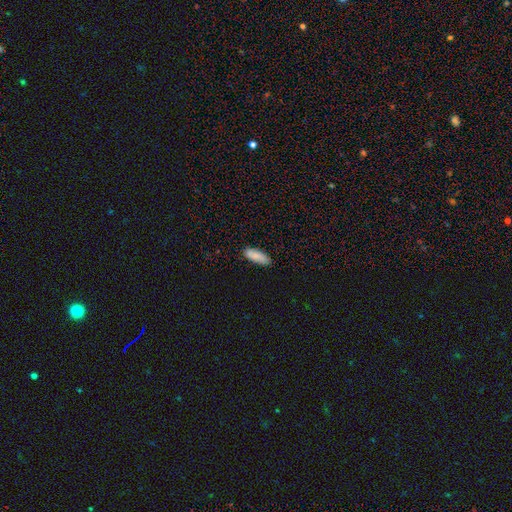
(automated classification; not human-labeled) The model was most divided on "how rounded": in between: 71%, cigar-shaped: 27%, round: 2%. More confident: merging — none (83%); smooth or featured — smooth (80%).